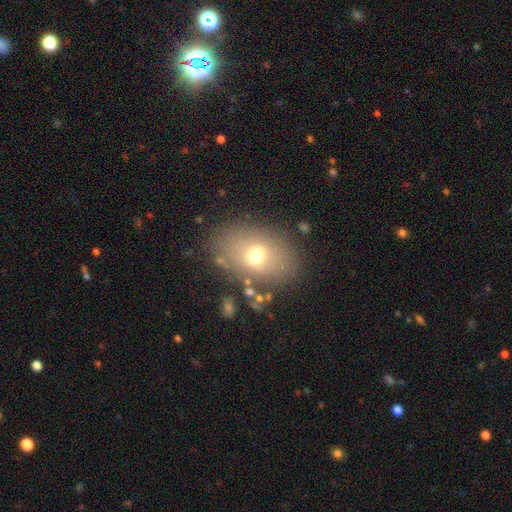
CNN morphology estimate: This appears to be a smooth galaxy with no disk features (64%) that is in between round and cigar-shaped (74%). Merging: none (78%).